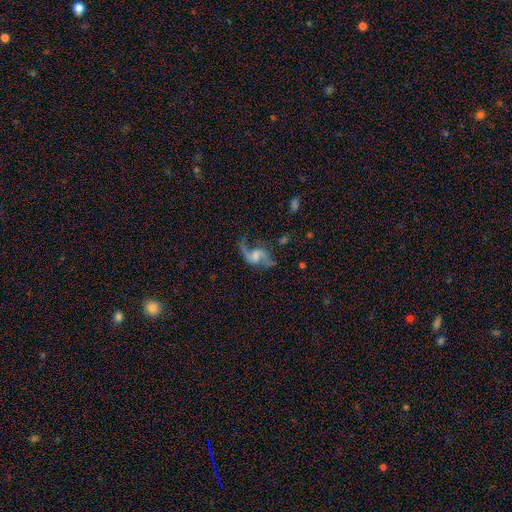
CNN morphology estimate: Overall: featured or disk (81%). Edge-on disk: no (97%). Bar: no (46%; weak 42%). Spiral arms: yes (92%). Spiral arm count: 2 (81%). Spiral winding: loose (79%). Bulge size: small (32%, tied with moderate). Merging: none (50%; major disturbance 27%).